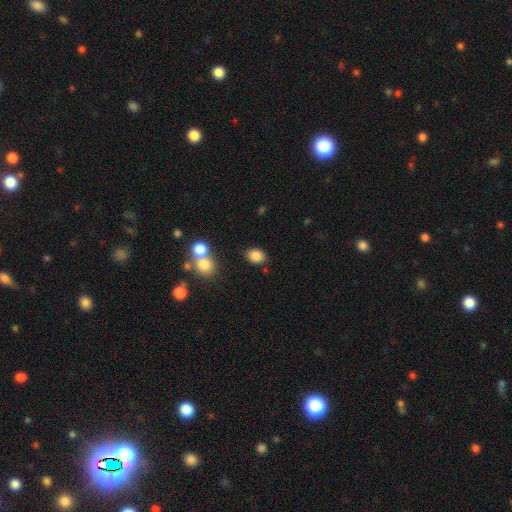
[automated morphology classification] The model was most divided on "how rounded": in between: 67%, round: 32%, cigar-shaped: 1%. More confident: smooth or featured — smooth (84%); merging — none (80%).